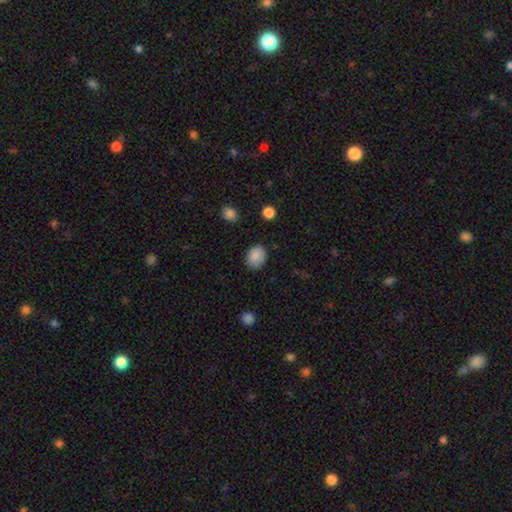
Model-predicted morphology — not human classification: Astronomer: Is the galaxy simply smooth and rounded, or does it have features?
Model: smooth — 88%.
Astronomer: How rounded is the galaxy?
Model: in between — 67%.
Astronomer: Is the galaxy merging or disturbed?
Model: none — 82%.